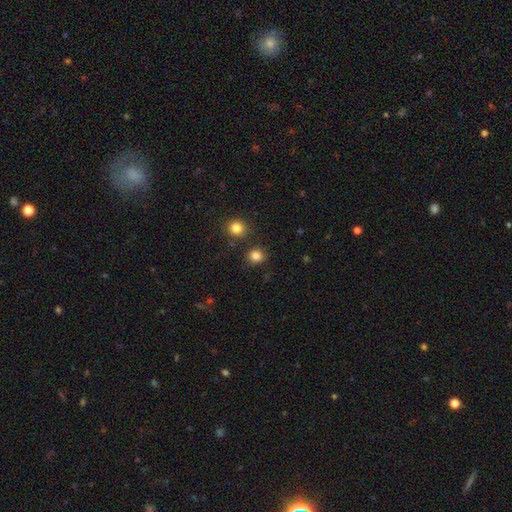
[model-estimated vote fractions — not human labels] Smooth or featured?
  - smooth: 84% *
  - star or artifact: 12%
  - featured or disk: 4%
How rounded?
  - round: 82% *
  - in between: 17%
  - cigar-shaped: 1%
Merging?
  - none: 85% *
  - minor disturbance: 8%
  - merger: 5%
  - major disturbance: 3%